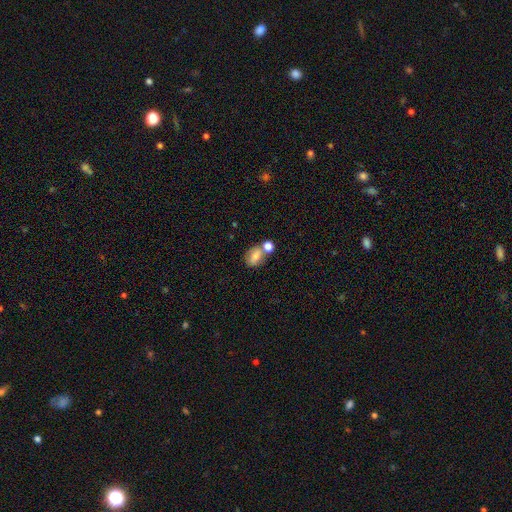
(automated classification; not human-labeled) A smooth galaxy with no disk features (72%) that is in between round and cigar-shaped (63%).

Vote fractions:
- Smooth or featured? smooth: 72% / featured or disk: 17% / star or artifact: 11%
- How rounded? in between: 63% / round: 36% / cigar-shaped: 2%
- Merging? none: 46% / merger: 36% / minor disturbance: 13% / major disturbance: 5%